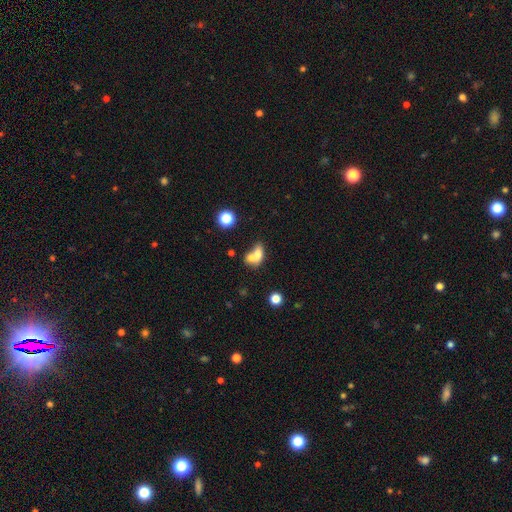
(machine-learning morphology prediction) Smooth or featured? Predicted: smooth (p=0.68). How rounded? Predicted: in between (p=0.70). Merging? Predicted: merger (p=0.65).